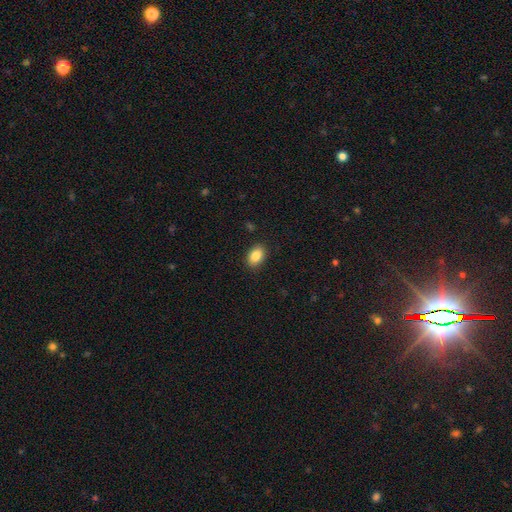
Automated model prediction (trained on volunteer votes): A smooth galaxy with no disk features (87%) that is in between round and cigar-shaped (84%).

Vote fractions:
- Smooth or featured? smooth: 87% / star or artifact: 8% / featured or disk: 5%
- How rounded? in between: 84% / round: 14% / cigar-shaped: 1%
- Merging? none: 89% / minor disturbance: 8% / major disturbance: 2% / merger: 1%